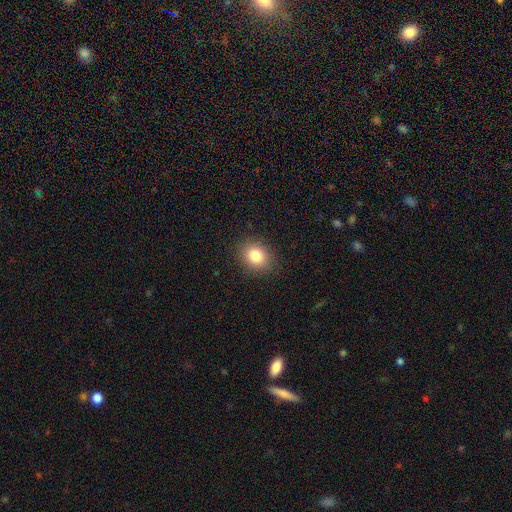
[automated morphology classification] smooth-or-featured: smooth: 82% | star or artifact: 11% | featured or disk: 7%
  how-rounded: round: 57% | in between: 42% | cigar-shaped: 1%
  merging: none: 89% | minor disturbance: 8% | major disturbance: 2% | merger: 1%